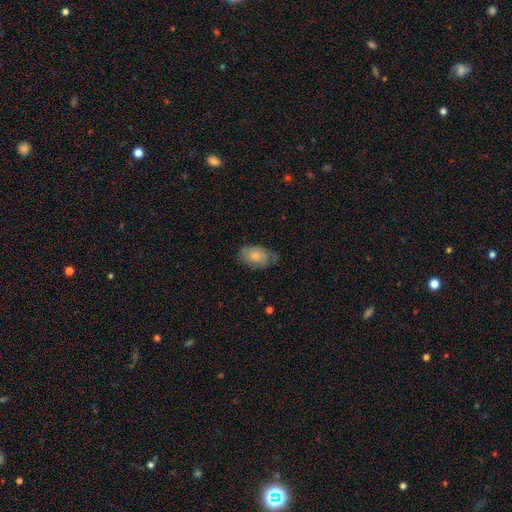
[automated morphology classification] The model was most divided on "merging": none: 62%, minor disturbance: 29%, major disturbance: 7%, merger: 2%. More confident: how rounded — in between (89%); smooth or featured — smooth (70%).